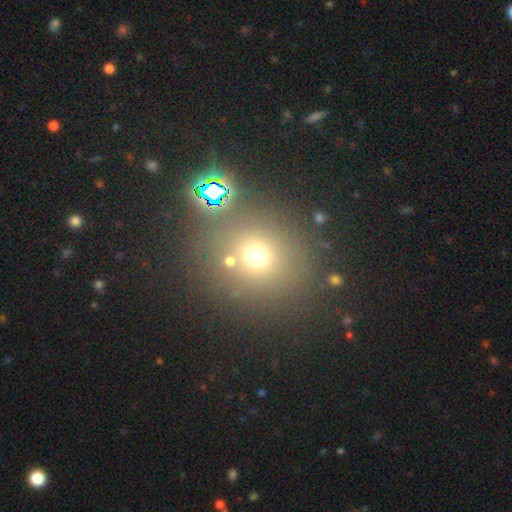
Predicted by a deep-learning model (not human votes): smooth-or-featured: smooth: 64% | star or artifact: 26% | featured or disk: 10%
  how-rounded: round: 85% | in between: 14% | cigar-shaped: 1%
  merging: none: 76% | merger: 10% | minor disturbance: 9% | major disturbance: 5%